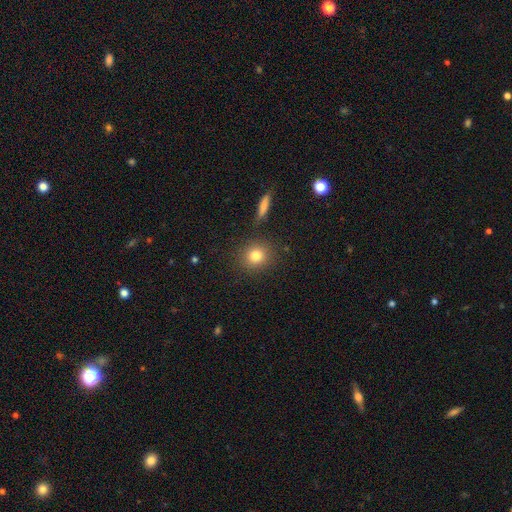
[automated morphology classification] smooth 80%, star or artifact 11%, featured or disk 9%. Down the decision tree: how rounded — round (85%); merging — none (86%).